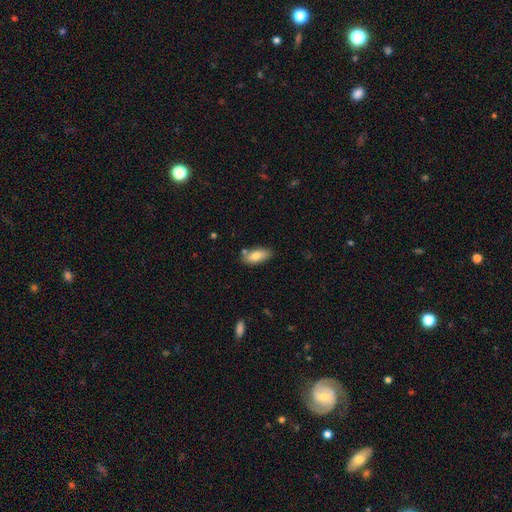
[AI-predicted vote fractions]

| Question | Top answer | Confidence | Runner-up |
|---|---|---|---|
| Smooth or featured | smooth | 79% | featured or disk (14%) |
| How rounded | in between | 85% | cigar-shaped (12%) |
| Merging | none | 75% | minor disturbance (15%) |